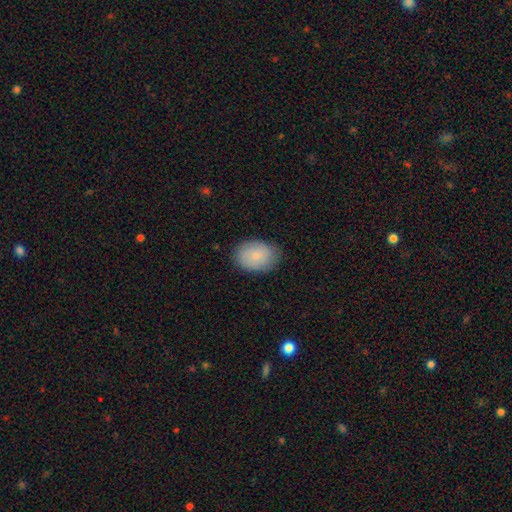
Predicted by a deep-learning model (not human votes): smooth-or-featured: smooth: 80% | featured or disk: 14% | star or artifact: 6%
  how-rounded: in between: 73% | round: 27% | cigar-shaped: 1%
  merging: none: 82% | minor disturbance: 15% | major disturbance: 3% | merger: 1%